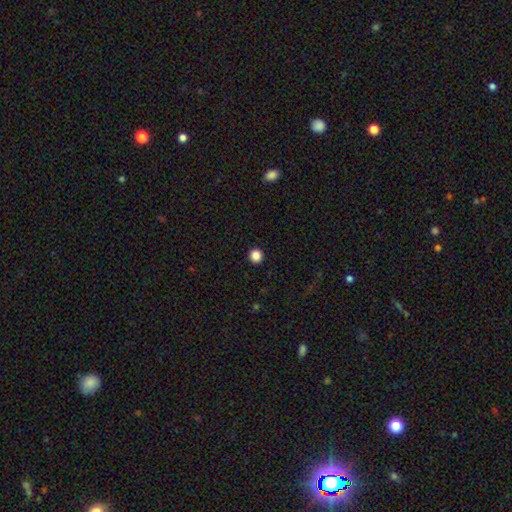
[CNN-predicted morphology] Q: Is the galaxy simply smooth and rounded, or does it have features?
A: smooth — 87%.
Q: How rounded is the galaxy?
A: round — 95%.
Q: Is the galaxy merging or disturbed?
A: none — 94%.